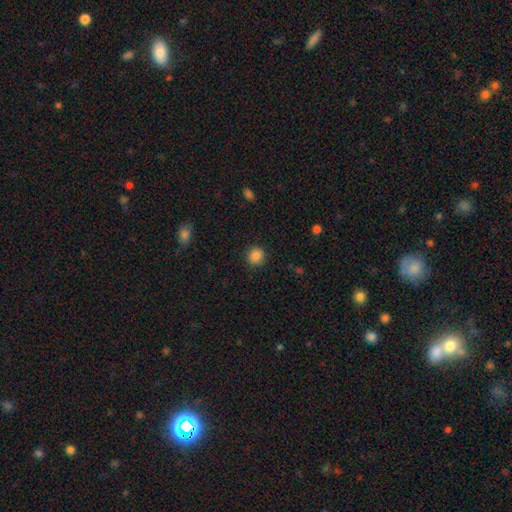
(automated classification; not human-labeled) smooth_or_featured: smooth (p=0.86) [alt: star or artifact p=0.10]
how_rounded: round (p=0.88) [alt: in between p=0.11]
merging: none (p=0.90) [alt: minor disturbance p=0.07]